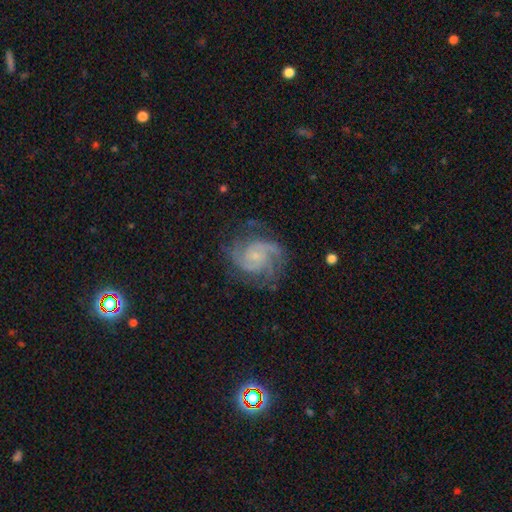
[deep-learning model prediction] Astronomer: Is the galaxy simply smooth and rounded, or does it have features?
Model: featured or disk — 88%.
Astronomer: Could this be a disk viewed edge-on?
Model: no — 98%.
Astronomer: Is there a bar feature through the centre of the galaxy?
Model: no — 67%.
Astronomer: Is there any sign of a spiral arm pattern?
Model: yes — 98%.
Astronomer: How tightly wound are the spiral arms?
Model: tight — 46% (runner-up: medium, 45%).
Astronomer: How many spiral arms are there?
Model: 2 — 48% (runner-up: 3, 27%).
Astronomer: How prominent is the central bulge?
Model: small — 72%.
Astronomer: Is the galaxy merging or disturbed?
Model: none — 74%.